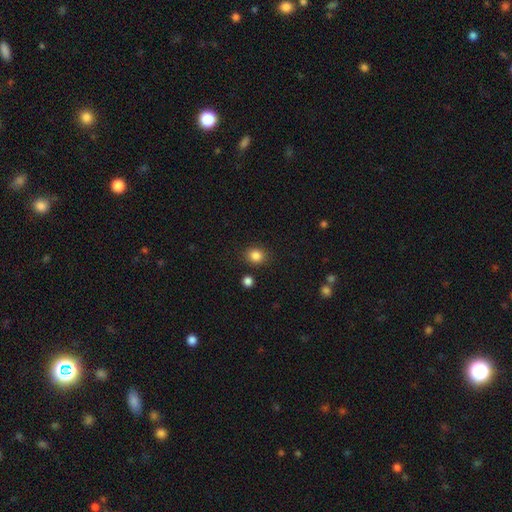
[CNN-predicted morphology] This is clearly a smooth galaxy (85%). How rounded: likely round (73%). Merging: clearly none (85%).